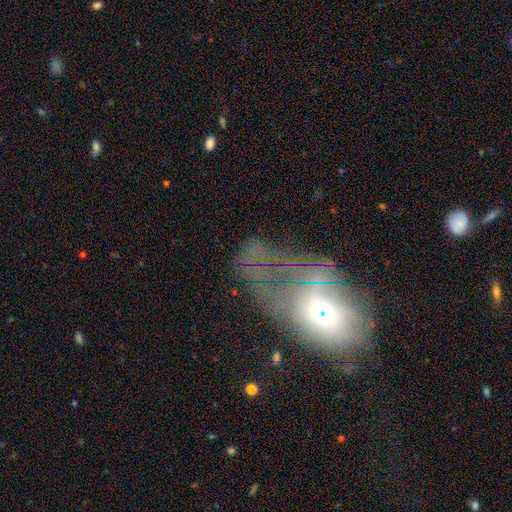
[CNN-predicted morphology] Smooth or featured?
  - featured or disk: 42% *
  - smooth: 38%
  - star or artifact: 20%
Merging?
  - major disturbance: 53% *
  - none: 24%
  - minor disturbance: 15%
  - merger: 8%